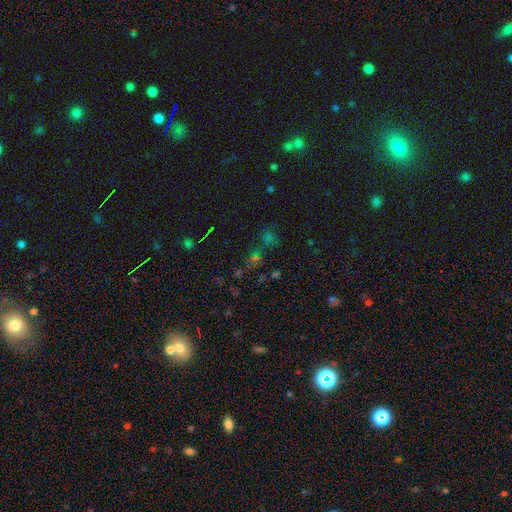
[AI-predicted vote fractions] Smooth or featured? star or artifact (54%)